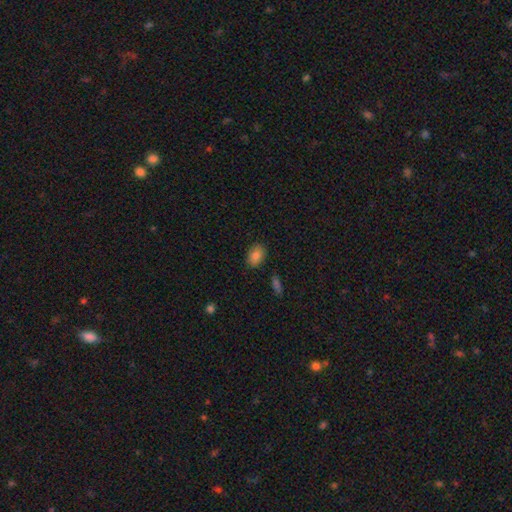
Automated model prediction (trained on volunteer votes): Smooth or featured: smooth — 85% (star or artifact — 8%)
How rounded: in between — 80% (round — 19%)
Merging: none — 86% (minor disturbance — 10%)